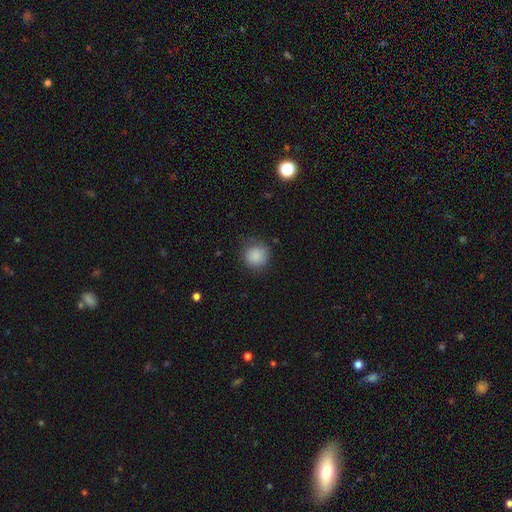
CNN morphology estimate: Smooth or featured? Predicted: smooth (p=0.87). How rounded? Predicted: round (p=0.90). Merging? Predicted: none (p=0.75).